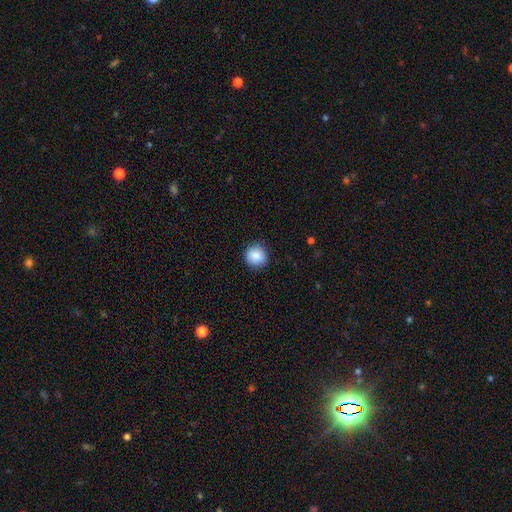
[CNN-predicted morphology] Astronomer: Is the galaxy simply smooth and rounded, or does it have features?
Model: smooth — 87%.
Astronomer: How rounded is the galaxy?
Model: round — 91%.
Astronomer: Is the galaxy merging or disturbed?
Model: none — 88%.